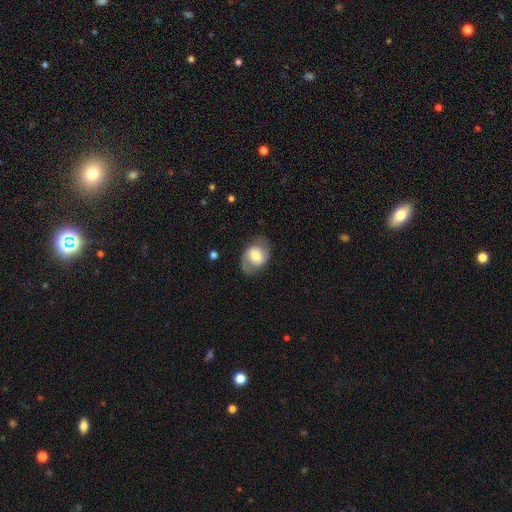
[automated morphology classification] This appears to be a featured or disk galaxy (48%). Merging: none (72%).